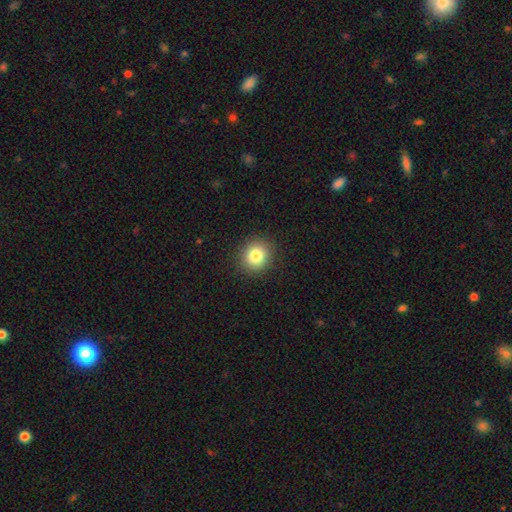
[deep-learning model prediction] Q: Smooth or featured?
A: smooth (83%); runner-up: star or artifact (11%)
Q: How rounded?
A: round (85%); runner-up: in between (14%)
Q: Merging?
A: none (91%); runner-up: minor disturbance (6%)